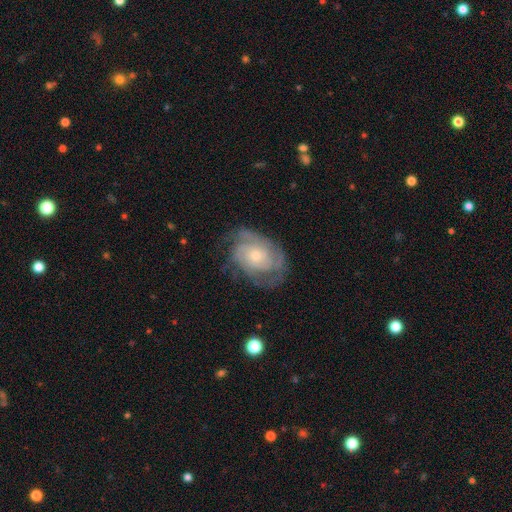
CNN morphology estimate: smooth-or-featured: featured or disk: 79% | smooth: 15% | star or artifact: 6%
  disk-edge-on: no: 97% | yes: 3%
    bar: no: 79% | weak: 18% | strong: 3%
    has-spiral-arms: yes: 91% | no: 9%
      spiral-winding: tight: 59% | medium: 31% | loose: 9%
      spiral-arm-count: can't tell: 35% | 2: 28% | 3: 20% | 4: 8% | 1: 5% | more than 4: 4%
    bulge-size: small: 66% | moderate: 30% | large: 2% | none: 2% | dominant: 1%
  merging: none: 64% | minor disturbance: 21% | major disturbance: 13% | merger: 1%